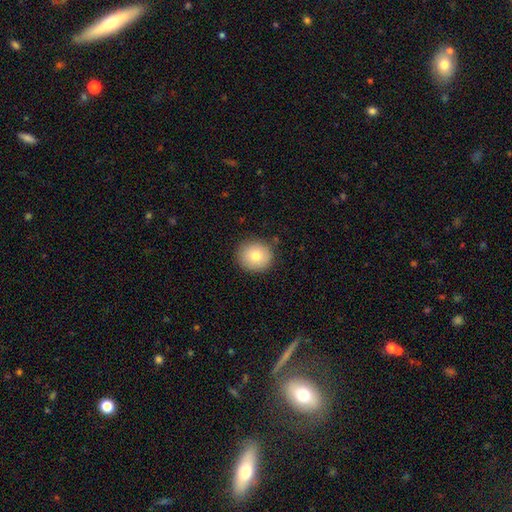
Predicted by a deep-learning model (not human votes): Morphology: type=smooth (79%); roundness=round (89%); merging=none (88%).